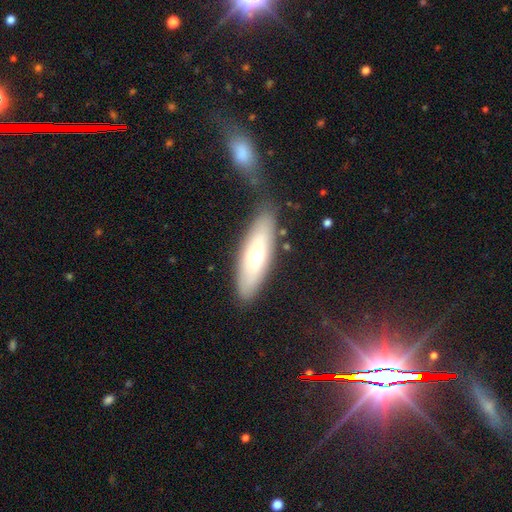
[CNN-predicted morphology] Smooth or featured? Predicted: smooth (p=0.60). How rounded? Predicted: in between (p=0.51). Merging? Predicted: none (p=0.78).